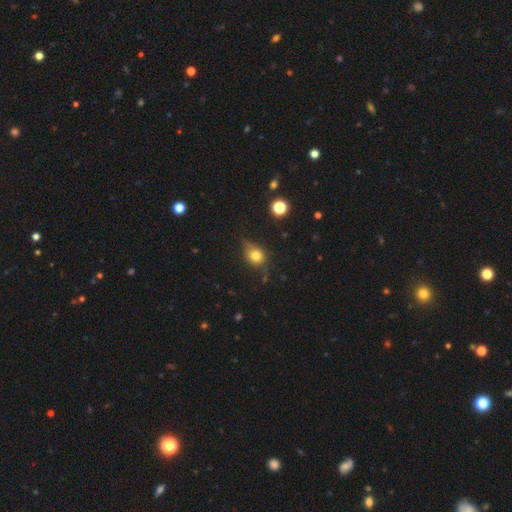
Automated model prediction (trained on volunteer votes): A smooth galaxy with no disk features (69%) that is round (57%). Merging: none (59%).